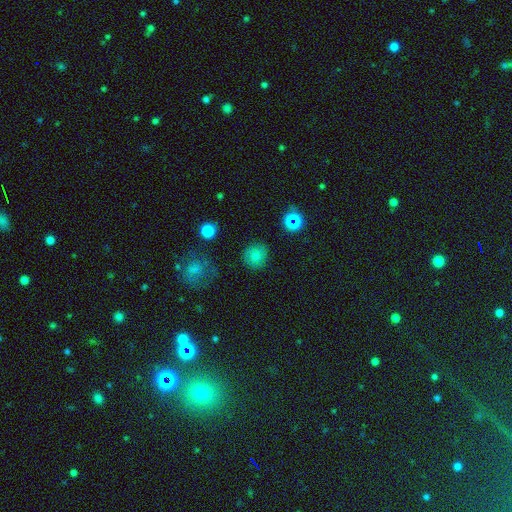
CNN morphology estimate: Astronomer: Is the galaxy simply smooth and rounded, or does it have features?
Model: smooth — 76%.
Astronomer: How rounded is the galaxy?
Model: round — 90%.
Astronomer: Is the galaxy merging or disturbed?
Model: none — 85%.